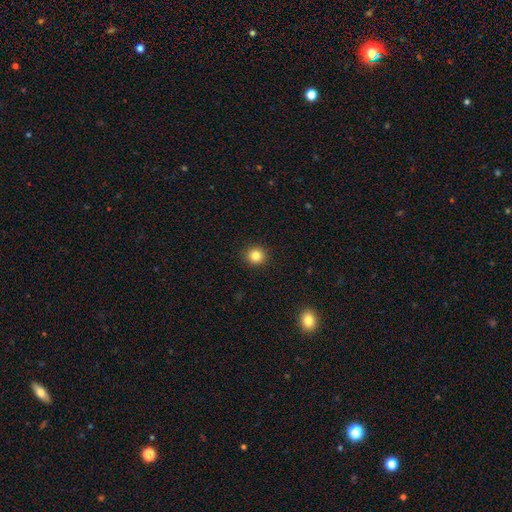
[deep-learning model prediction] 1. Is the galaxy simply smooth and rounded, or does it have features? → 84% smooth, 11% star or artifact, 5% featured or disk.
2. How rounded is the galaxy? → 92% round, 7% in between, 1% cigar-shaped.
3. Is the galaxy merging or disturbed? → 92% none, 5% minor disturbance, 2% major disturbance, 1% merger.